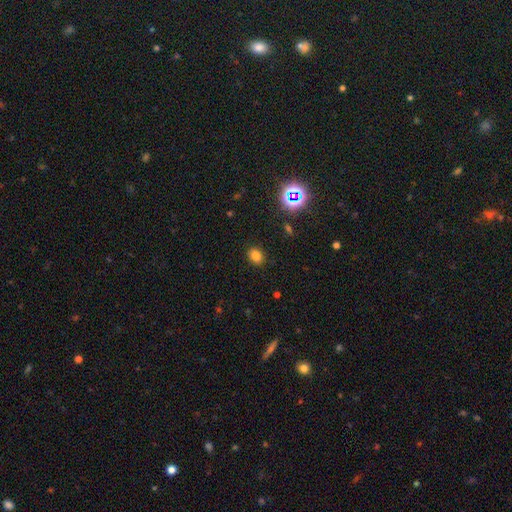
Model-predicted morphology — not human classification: Smooth or featured: smooth — 77% (star or artifact — 17%)
How rounded: in between — 56% (round — 42%)
Merging: none — 88% (minor disturbance — 8%)